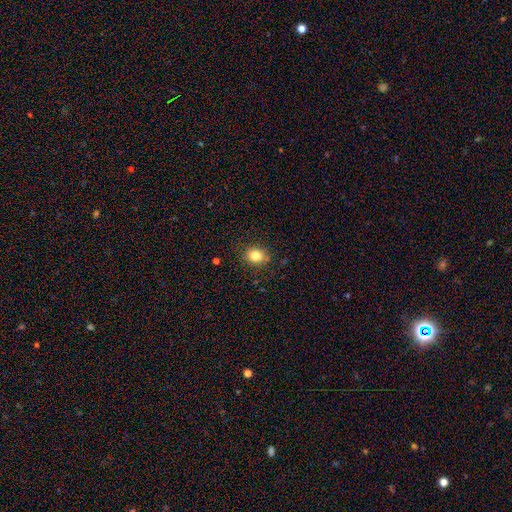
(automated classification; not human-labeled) This is clearly a smooth galaxy (82%). How rounded: likely round (62%). Merging: clearly none (86%).